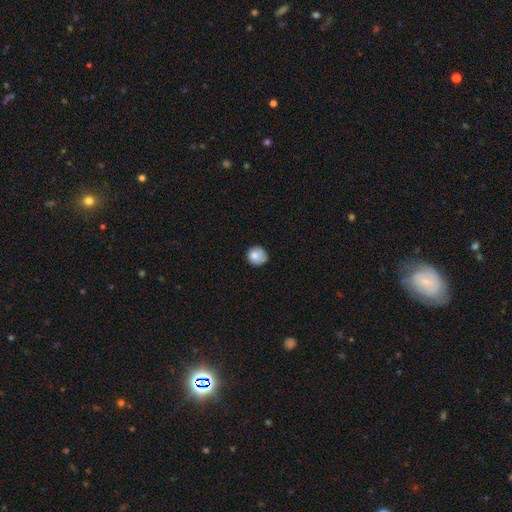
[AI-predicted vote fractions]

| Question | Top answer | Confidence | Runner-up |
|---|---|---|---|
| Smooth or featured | smooth | 83% | featured or disk (9%) |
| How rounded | round | 85% | in between (14%) |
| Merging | none | 71% | minor disturbance (23%) |